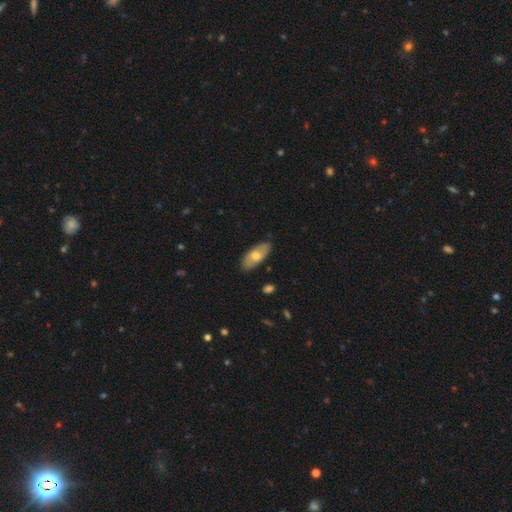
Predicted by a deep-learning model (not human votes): Smooth or featured?
  - smooth: 62% *
  - featured or disk: 32%
  - star or artifact: 6%
How rounded?
  - in between: 88% *
  - cigar-shaped: 10%
  - round: 3%
Merging?
  - none: 84% *
  - minor disturbance: 12%
  - major disturbance: 2%
  - merger: 1%